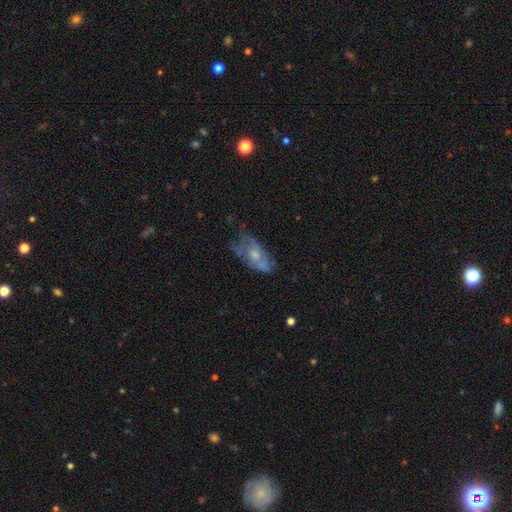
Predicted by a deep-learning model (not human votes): A featured or disk galaxy (55%).

Vote fractions:
- Smooth or featured? featured or disk: 55% / smooth: 36% / star or artifact: 9%
- Edge-on disk? no: 90% / yes: 10%
- Merging? none: 50% / minor disturbance: 29% / major disturbance: 17% / merger: 4%